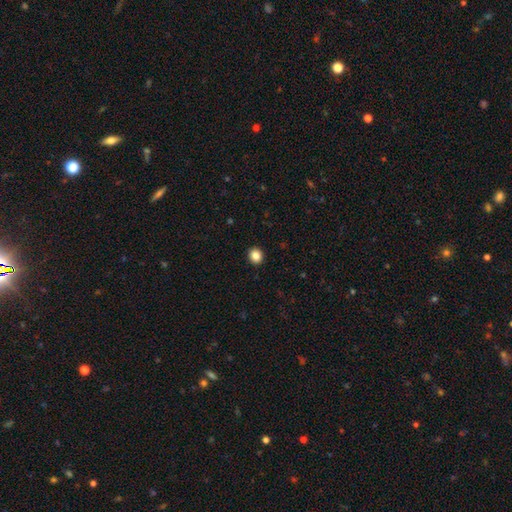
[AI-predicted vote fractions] smooth_or_featured: smooth (p=0.86) [alt: star or artifact p=0.10]
how_rounded: round (p=0.75) [alt: in between p=0.24]
merging: none (p=0.93) [alt: minor disturbance p=0.05]